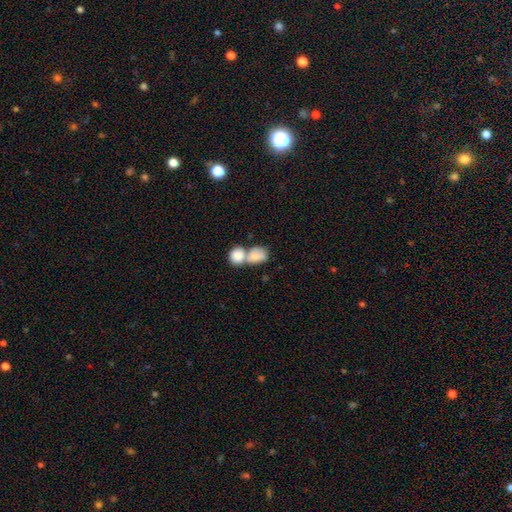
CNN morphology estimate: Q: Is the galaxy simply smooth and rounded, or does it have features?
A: smooth — 81%.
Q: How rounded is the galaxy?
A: in between — 63%.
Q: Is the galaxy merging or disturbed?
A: merger — 72%.